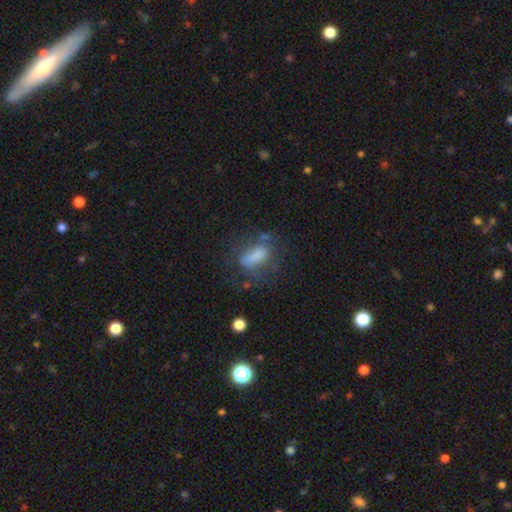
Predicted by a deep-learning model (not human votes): A smooth galaxy with no disk features (58%) that is in between round and cigar-shaped (65%).

Vote fractions:
- Smooth or featured? smooth: 58% / featured or disk: 28% / star or artifact: 14%
- How rounded? in between: 65% / cigar-shaped: 27% / round: 8%
- Merging? none: 50% / minor disturbance: 23% / major disturbance: 22% / merger: 5%